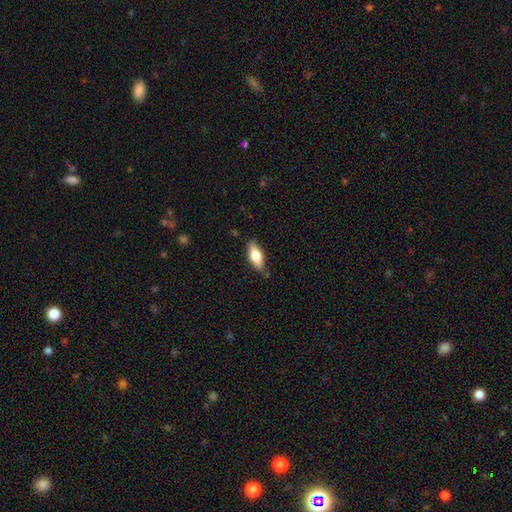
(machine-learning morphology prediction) Smooth or featured: smooth — 70% (featured or disk — 24%)
How rounded: in between — 76% (cigar-shaped — 22%)
Merging: none — 77% (minor disturbance — 17%)